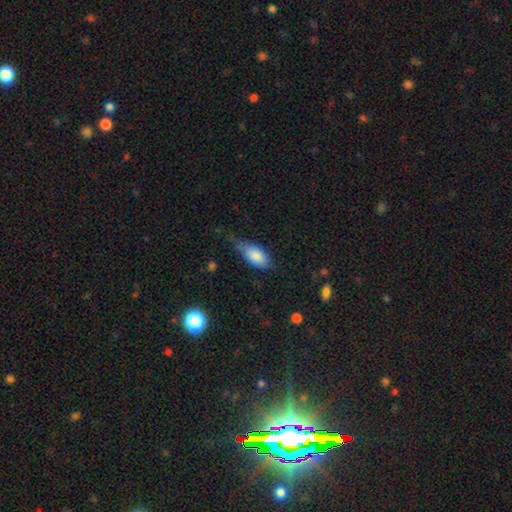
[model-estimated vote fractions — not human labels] Q: Smooth or featured?
A: smooth (83%); runner-up: featured or disk (11%)
Q: How rounded?
A: in between (90%); runner-up: cigar-shaped (7%)
Q: Merging?
A: minor disturbance (43%); runner-up: none (39%)